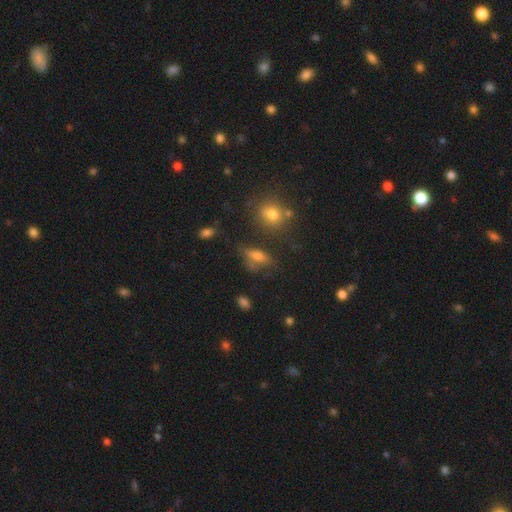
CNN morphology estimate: Smooth or featured? smooth (66%)
How rounded? in between (70%)
Merging? none (52%)